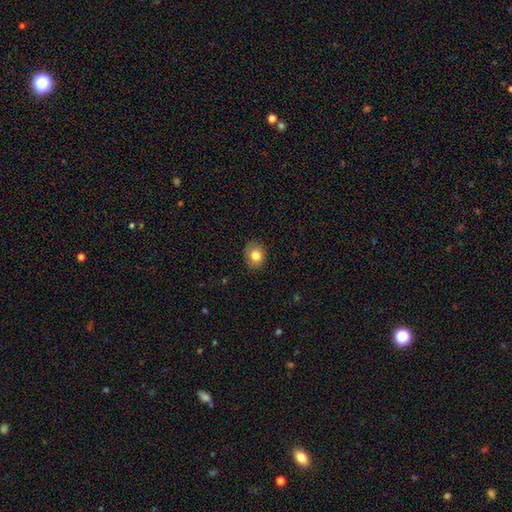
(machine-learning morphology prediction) Overall: smooth (80%). How rounded: round (58%; in between 41%). Merging: none (86%).